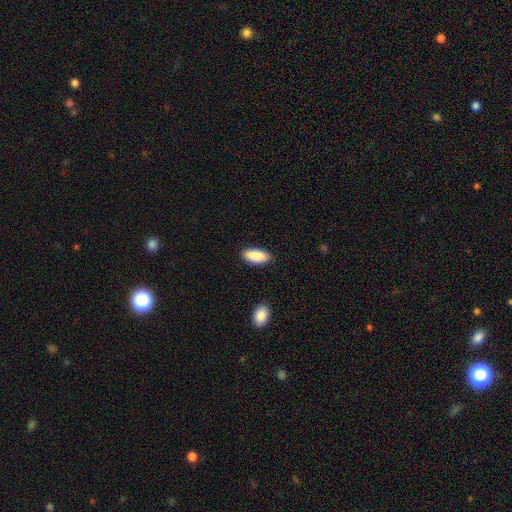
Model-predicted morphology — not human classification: smooth 90%, star or artifact 6%, featured or disk 4%. Down the decision tree: how rounded — in between (88%); merging — none (88%).